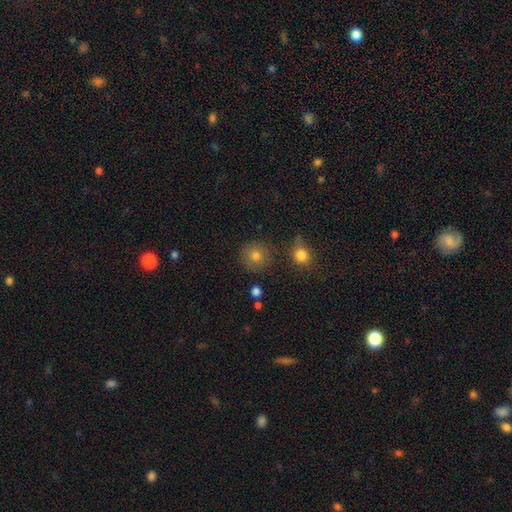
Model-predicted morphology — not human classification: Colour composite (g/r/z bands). It shows a smooth galaxy with no disk features (78%) that is round (93%). Merging: none (83%).